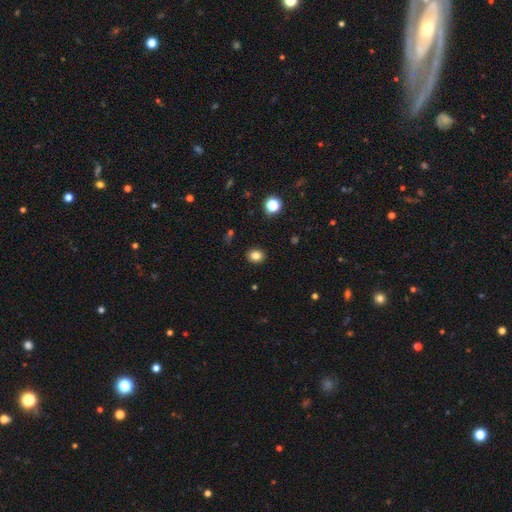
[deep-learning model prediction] Morphology: type=smooth (82%); roundness=round (57%); merging=none (89%).